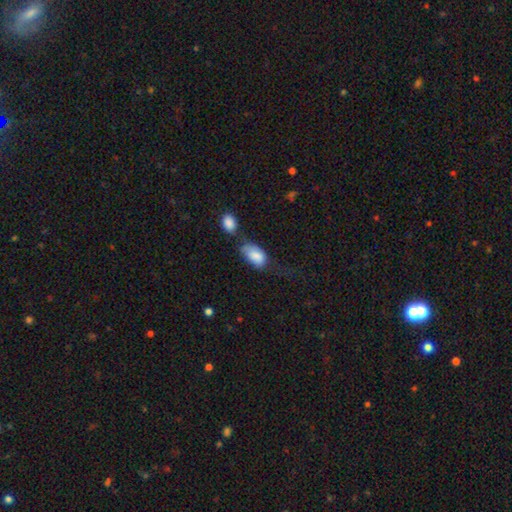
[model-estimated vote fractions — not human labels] The model was most divided on "merging": minor disturbance: 28%, merger: 25%, major disturbance: 24%, none: 23%. More confident: how rounded — in between (93%); smooth or featured — smooth (82%).